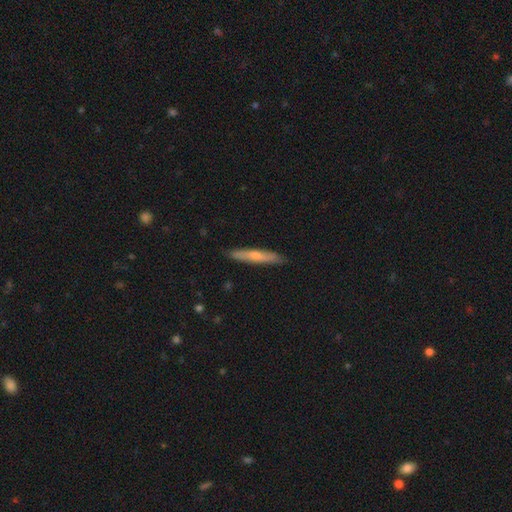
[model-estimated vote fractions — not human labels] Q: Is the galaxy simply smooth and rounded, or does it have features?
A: smooth — 63%.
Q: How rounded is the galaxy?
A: cigar-shaped — 93%.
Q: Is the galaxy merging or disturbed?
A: none — 88%.